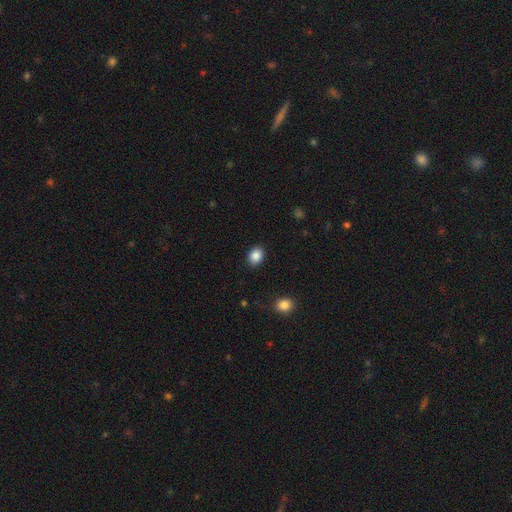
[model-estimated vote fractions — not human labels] smooth_or_featured: smooth (p=0.87) [alt: star or artifact p=0.09]
how_rounded: in between (p=0.59) [alt: round p=0.40]
merging: none (p=0.89) [alt: minor disturbance p=0.07]